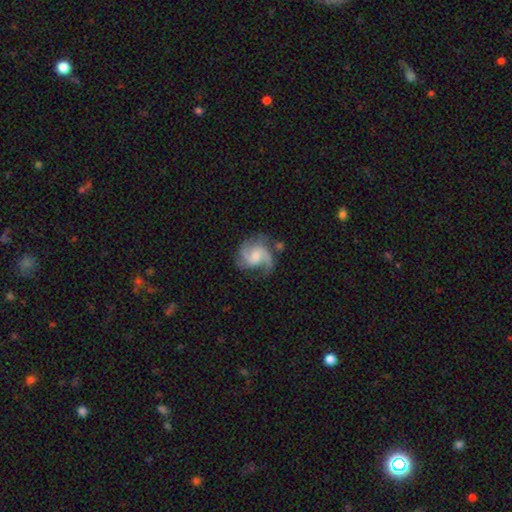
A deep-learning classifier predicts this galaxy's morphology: smooth-or-featured: featured or disk: 86% | smooth: 9% | star or artifact: 5%
  disk-edge-on: no: 98% | yes: 2%
    bar: no: 54% | weak: 40% | strong: 7%
    has-spiral-arms: yes: 97% | no: 3%
      spiral-winding: medium: 54% | loose: 26% | tight: 19%
      spiral-arm-count: 2: 45% | 3: 37% | can't tell: 7% | 1: 5% | 4: 4% | more than 4: 3%
    bulge-size: moderate: 43% | small: 34% | none: 14% | large: 8% | dominant: 1%
  merging: none: 64% | minor disturbance: 20% | major disturbance: 13% | merger: 3%